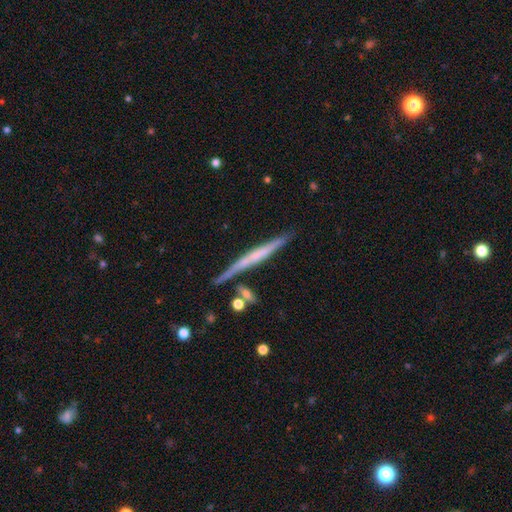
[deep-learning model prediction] smooth_or_featured: featured or disk (p=0.62) [alt: smooth p=0.32]
disk_edge_on: yes (p=0.97) [alt: no p=0.03]
edge_on_bulge: none (p=0.63) [alt: rounded p=0.24]
merging: none (p=0.81) [alt: minor disturbance p=0.11]